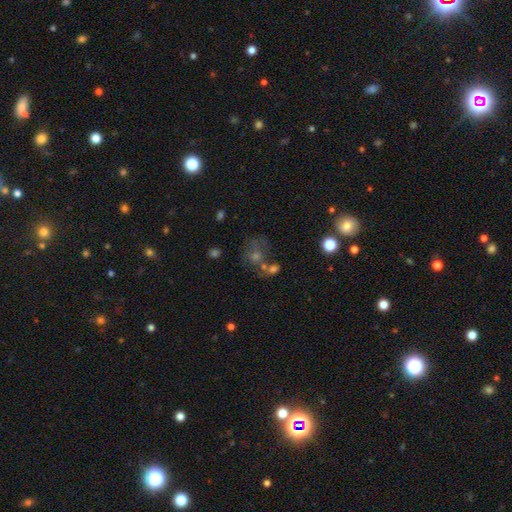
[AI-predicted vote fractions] smooth 40%, star or artifact 33%, featured or disk 27%. Down the decision tree: merging — none (45%).